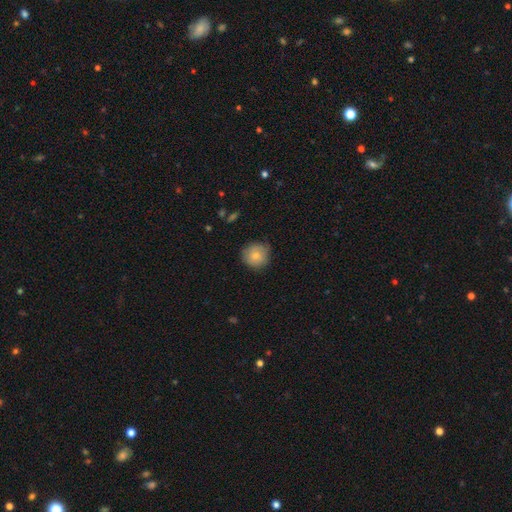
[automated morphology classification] smooth-or-featured: smooth: 78% | featured or disk: 14% | star or artifact: 8%
  how-rounded: round: 92% | in between: 7% | cigar-shaped: 1%
  merging: none: 77% | minor disturbance: 19% | major disturbance: 3% | merger: 1%